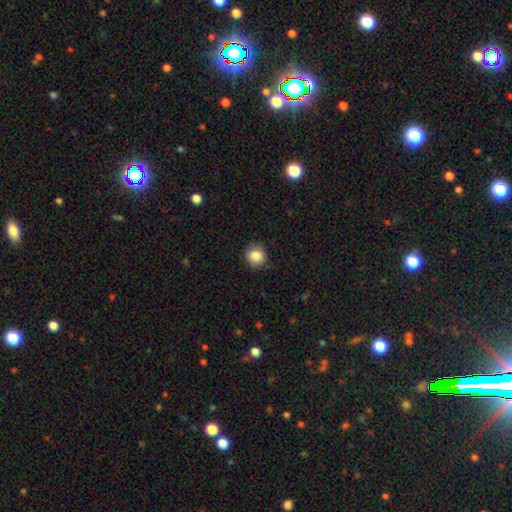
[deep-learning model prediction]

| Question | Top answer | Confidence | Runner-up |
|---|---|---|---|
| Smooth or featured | smooth | 85% | star or artifact (9%) |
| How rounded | round | 81% | in between (18%) |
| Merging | none | 85% | minor disturbance (11%) |